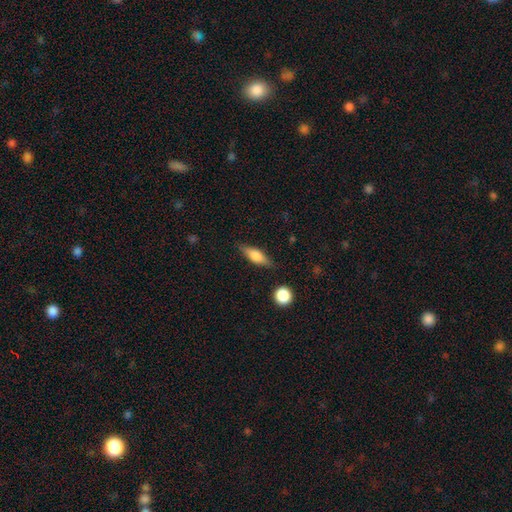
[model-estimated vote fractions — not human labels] Smooth or featured: smooth — 56% (featured or disk — 37%)
How rounded: in between — 54% (cigar-shaped — 41%)
Merging: none — 81% (minor disturbance — 13%)